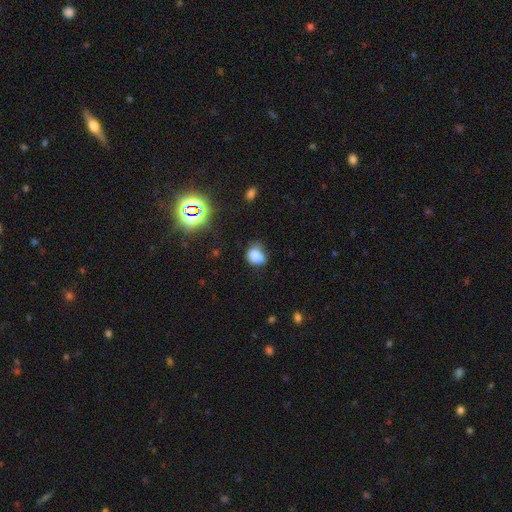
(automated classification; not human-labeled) Overall: smooth (72%). How rounded: in between (58%; round 40%). Merging: none (35%; merger 27%).